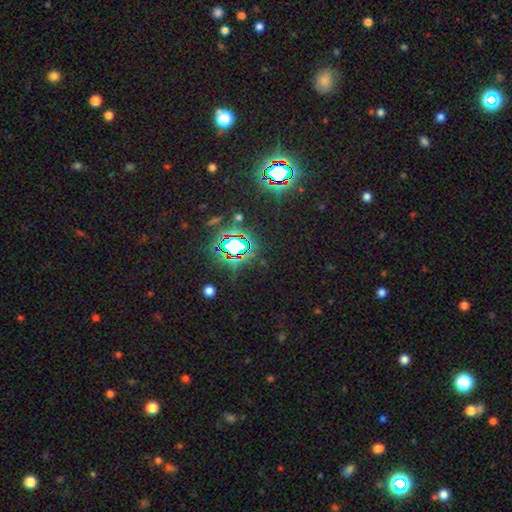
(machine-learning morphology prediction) type=star or artifact (82%).